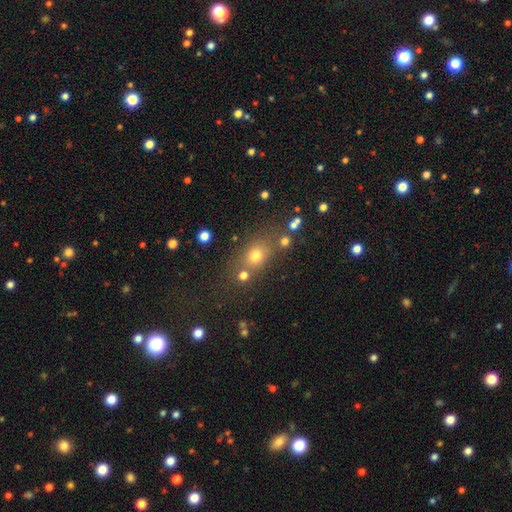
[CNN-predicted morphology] Smooth or featured?
  - smooth: 69% *
  - star or artifact: 20%
  - featured or disk: 12%
How rounded?
  - round: 54% *
  - in between: 42%
  - cigar-shaped: 4%
Merging?
  - none: 67% *
  - merger: 14%
  - minor disturbance: 13%
  - major disturbance: 6%